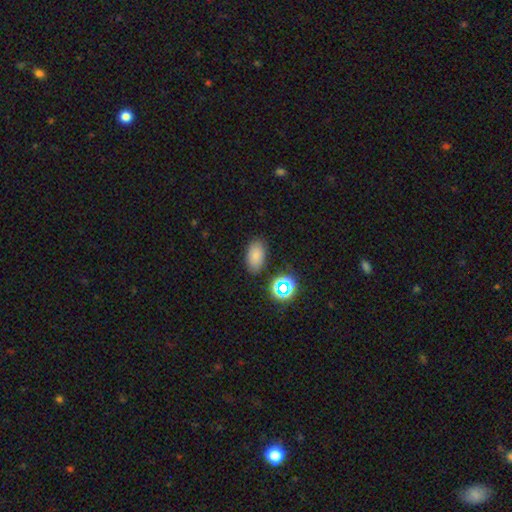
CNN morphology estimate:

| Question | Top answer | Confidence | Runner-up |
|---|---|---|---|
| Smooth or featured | smooth | 78% | star or artifact (14%) |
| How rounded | in between | 91% | round (8%) |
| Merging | none | 83% | minor disturbance (11%) |